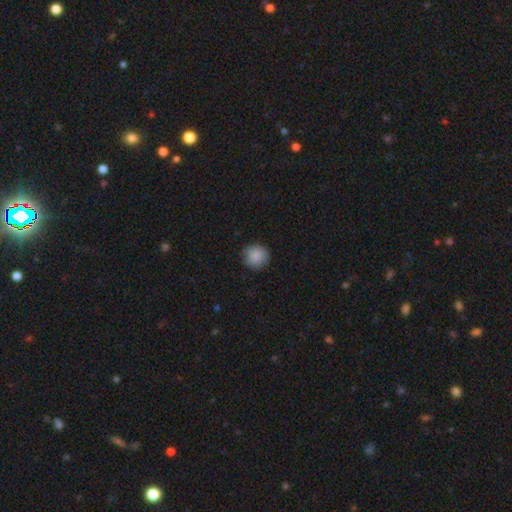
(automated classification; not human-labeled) Overall: smooth (89%). How rounded: round (94%). Merging: none (89%).